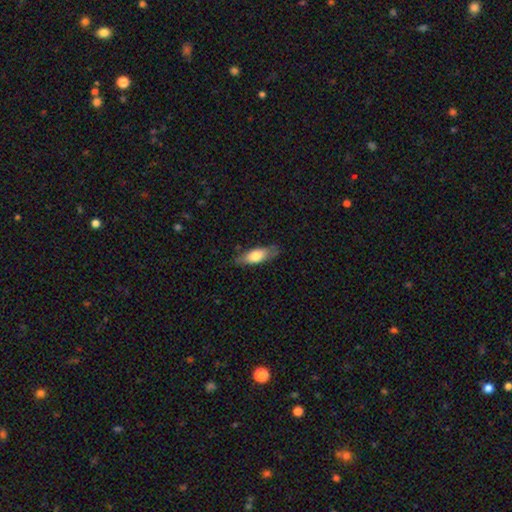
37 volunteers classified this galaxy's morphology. Smooth or featured: smooth — 81% (featured or disk — 16%)
How rounded: in between — 80% (cigar-shaped — 17%)
Merging: none — 69% (minor disturbance — 17%)